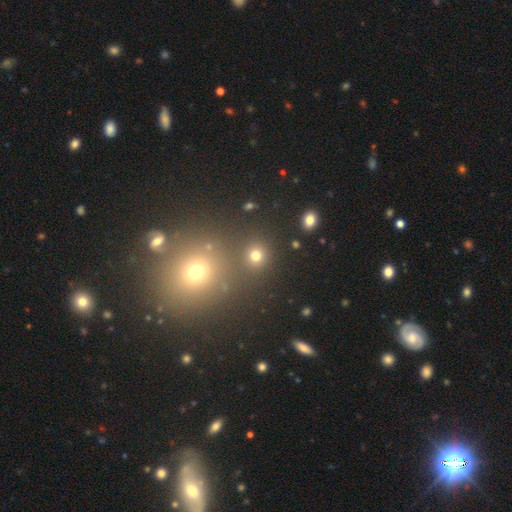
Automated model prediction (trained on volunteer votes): Morphology: type=smooth (74%); roundness=round (88%); merging=none (83%).